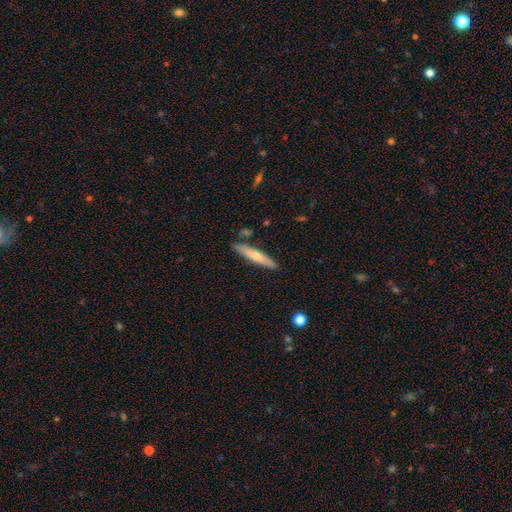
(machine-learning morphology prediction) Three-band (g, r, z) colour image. It shows a smooth galaxy with no disk features (51%) that is cigar-shaped (90%). Merging: none (86%).